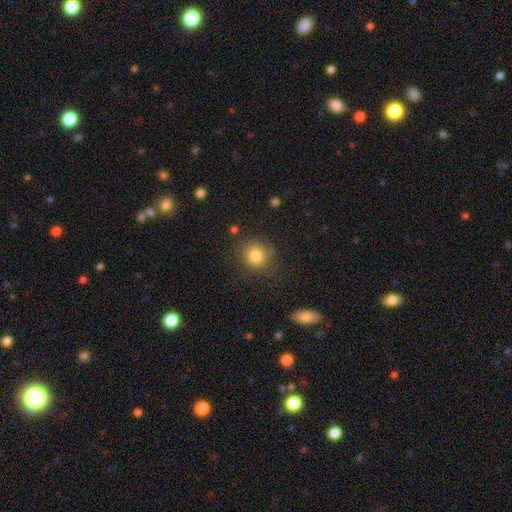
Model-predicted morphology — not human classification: smooth-or-featured: smooth: 82% | star or artifact: 11% | featured or disk: 7%
  how-rounded: round: 86% | in between: 13% | cigar-shaped: 1%
  merging: none: 81% | minor disturbance: 12% | major disturbance: 4% | merger: 3%